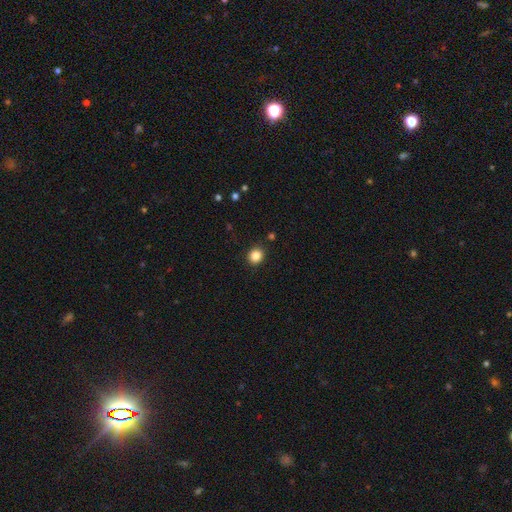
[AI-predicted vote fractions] A smooth galaxy with no disk features (86%) that is round (83%). Merging: none (90%).